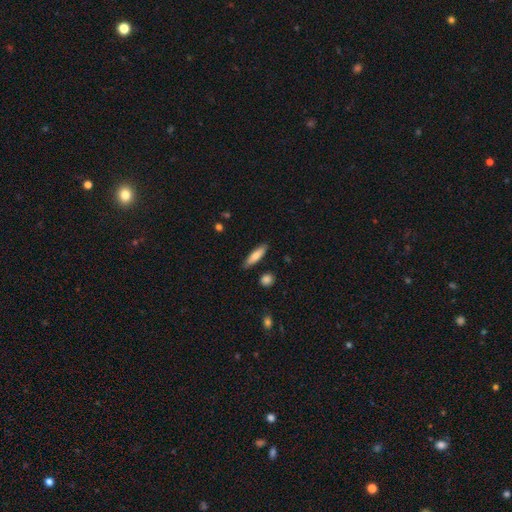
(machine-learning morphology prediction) smooth 77%, featured or disk 17%, star or artifact 6%. Down the decision tree: how rounded — cigar-shaped (71%); merging — none (85%).